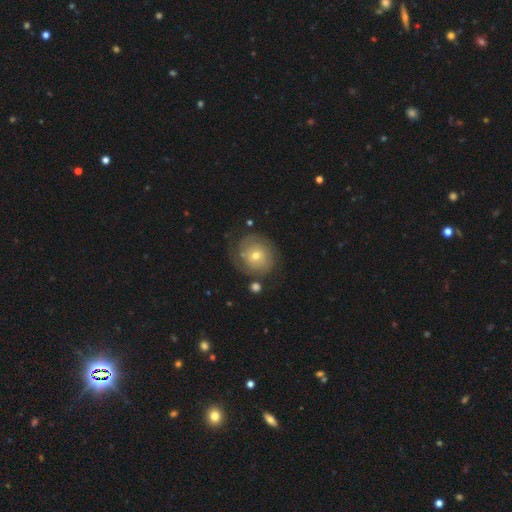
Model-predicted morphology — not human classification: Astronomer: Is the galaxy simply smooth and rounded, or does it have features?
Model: featured or disk — 67%.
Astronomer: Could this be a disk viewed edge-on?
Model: no — 97%.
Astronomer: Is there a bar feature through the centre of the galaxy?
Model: no — 77%.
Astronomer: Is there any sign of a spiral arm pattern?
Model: yes — 85%.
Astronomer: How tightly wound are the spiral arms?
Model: tight — 72%.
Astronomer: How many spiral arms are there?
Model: can't tell — 39% (runner-up: 2, 35%).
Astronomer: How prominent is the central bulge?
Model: moderate — 51% (runner-up: small, 44%).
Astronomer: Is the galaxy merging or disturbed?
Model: none — 70%.